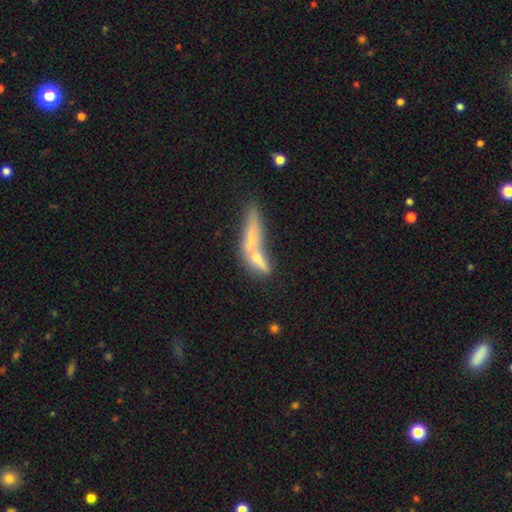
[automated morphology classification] A smooth galaxy with no disk features (52%) that is cigar-shaped (71%). Merging: merger (49%).